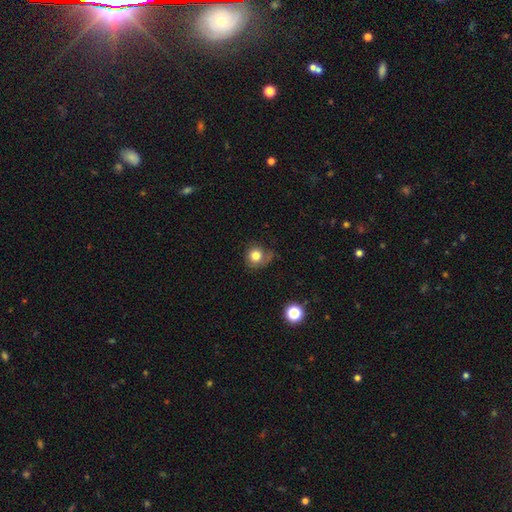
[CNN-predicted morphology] The model was most divided on "merging": none: 60%, minor disturbance: 27%, major disturbance: 10%, merger: 3%. More confident: how rounded — round (85%); smooth or featured — smooth (79%).